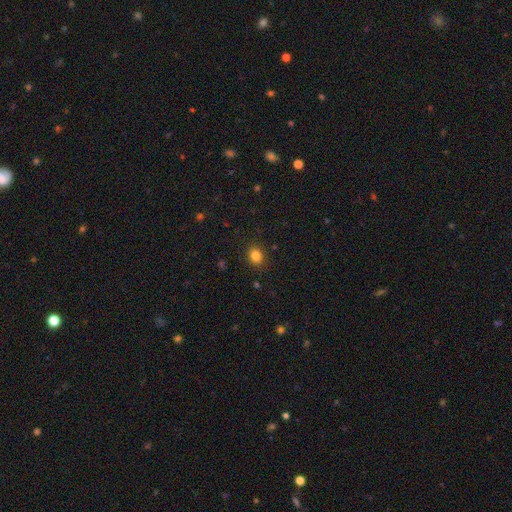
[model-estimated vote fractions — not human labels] Smooth or featured? Predicted: smooth (p=0.84). How rounded? Predicted: round (p=0.51). Merging? Predicted: none (p=0.88).